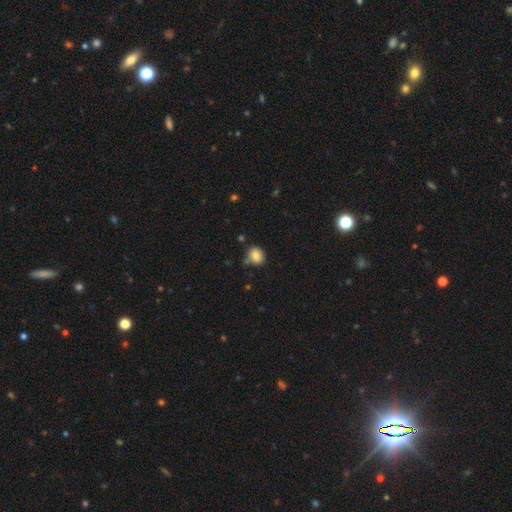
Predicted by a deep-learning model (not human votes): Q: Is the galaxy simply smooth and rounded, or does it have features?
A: smooth — 82%.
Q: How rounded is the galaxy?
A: round — 66%.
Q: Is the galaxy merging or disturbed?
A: none — 71%.